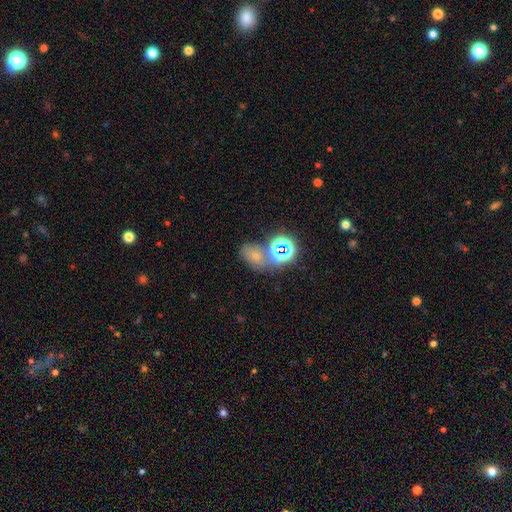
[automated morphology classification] smooth_or_featured: smooth (p=0.49) [alt: star or artifact p=0.34]
merging: none (p=0.48) [alt: merger p=0.27]